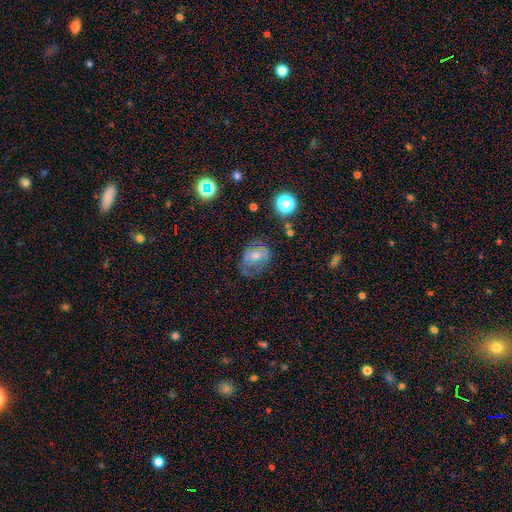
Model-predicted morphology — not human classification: Q: Smooth or featured?
A: smooth (52%); runner-up: featured or disk (32%)
Q: How rounded?
A: in between (55%); runner-up: round (43%)
Q: Merging?
A: none (45%); runner-up: minor disturbance (27%)